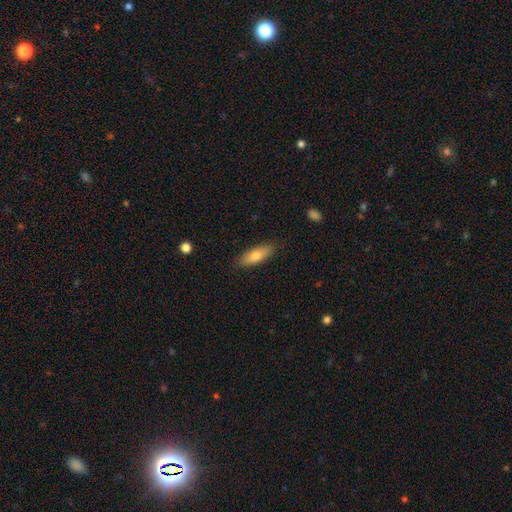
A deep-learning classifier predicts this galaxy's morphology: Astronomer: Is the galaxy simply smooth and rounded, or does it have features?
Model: smooth — 73%.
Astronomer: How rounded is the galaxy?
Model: in between — 56% (runner-up: cigar-shaped, 42%).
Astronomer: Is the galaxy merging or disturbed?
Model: none — 87%.